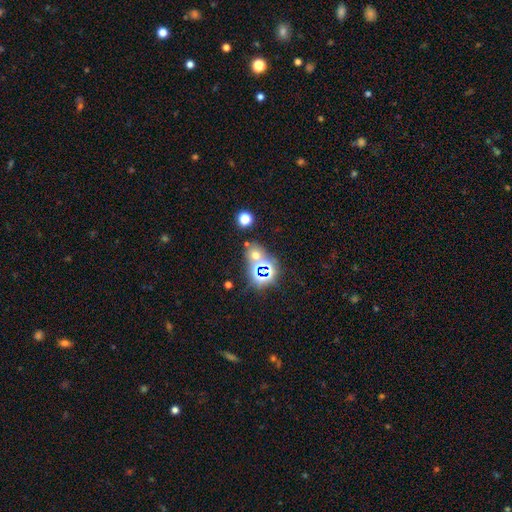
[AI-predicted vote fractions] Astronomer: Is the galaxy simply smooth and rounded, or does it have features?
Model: star or artifact — 46% (runner-up: smooth, 44%).